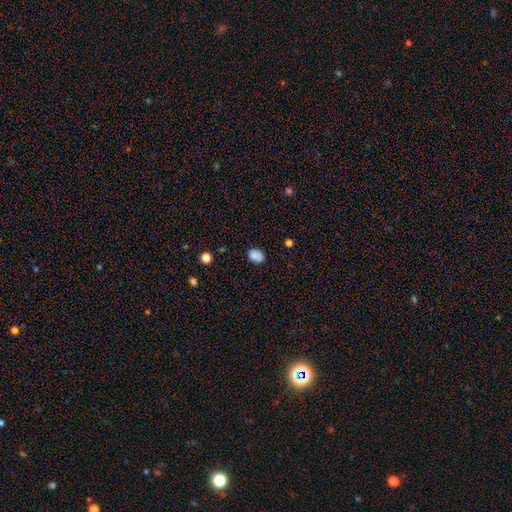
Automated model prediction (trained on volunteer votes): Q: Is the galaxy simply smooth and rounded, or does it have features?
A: smooth — 86%.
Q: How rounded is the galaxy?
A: in between — 71%.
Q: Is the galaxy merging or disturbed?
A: none — 81%.